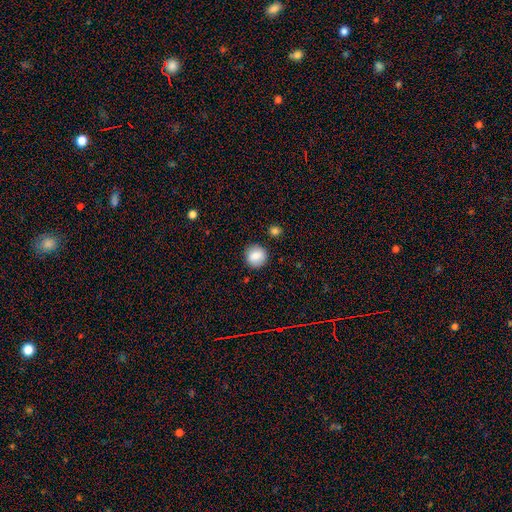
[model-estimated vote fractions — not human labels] Smooth or featured? smooth (82%)
How rounded? round (90%)
Merging? none (88%)